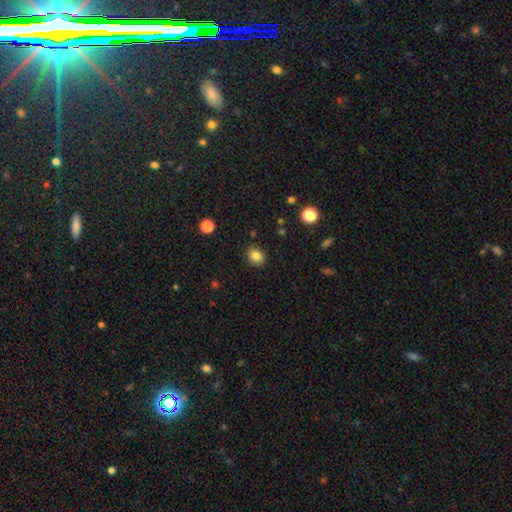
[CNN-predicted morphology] smooth 83%, star or artifact 11%, featured or disk 6%. Down the decision tree: how rounded — round (56%); merging — none (86%).